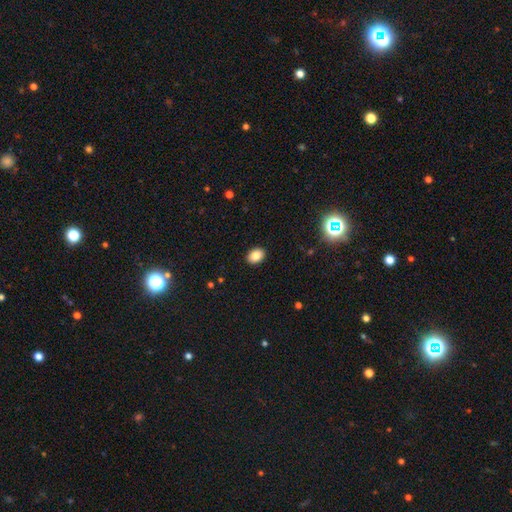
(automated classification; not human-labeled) A smooth galaxy with no disk features (85%) that is in between round and cigar-shaped (70%). Merging: none (90%).